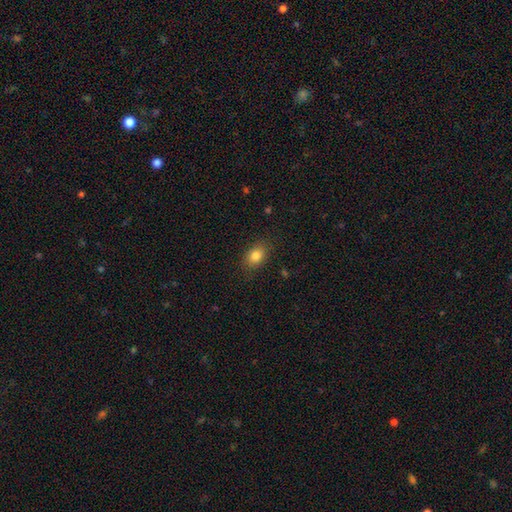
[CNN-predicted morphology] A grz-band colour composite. It shows a smooth galaxy with no disk features (84%) that is in between round and cigar-shaped (78%). Merging: none (84%).